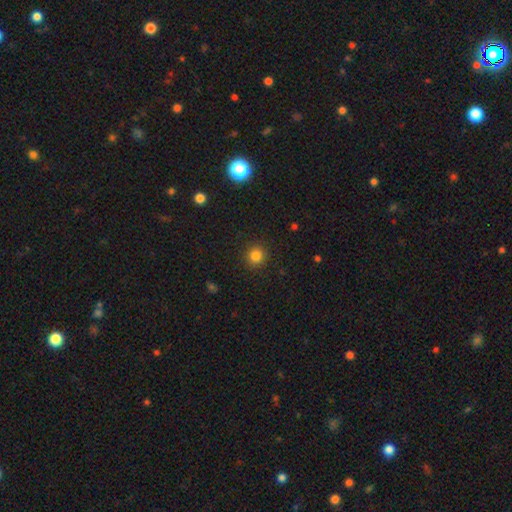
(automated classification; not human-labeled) Smooth or featured? smooth (82%)
How rounded? round (92%)
Merging? none (91%)